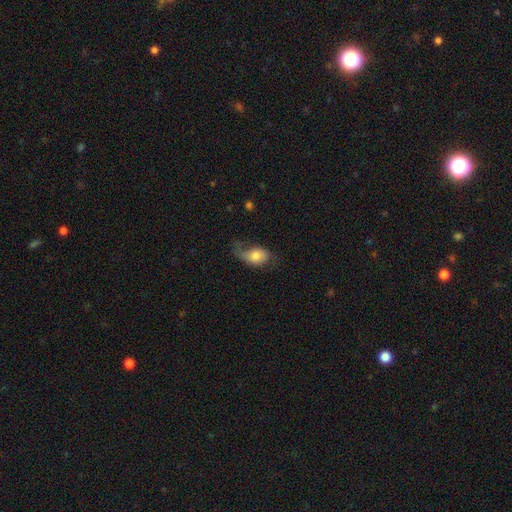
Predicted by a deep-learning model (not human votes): smooth_or_featured: smooth (p=0.64) [alt: featured or disk p=0.28]
how_rounded: in between (p=0.85) [alt: round p=0.13]
merging: none (p=0.36) [alt: major disturbance p=0.31]